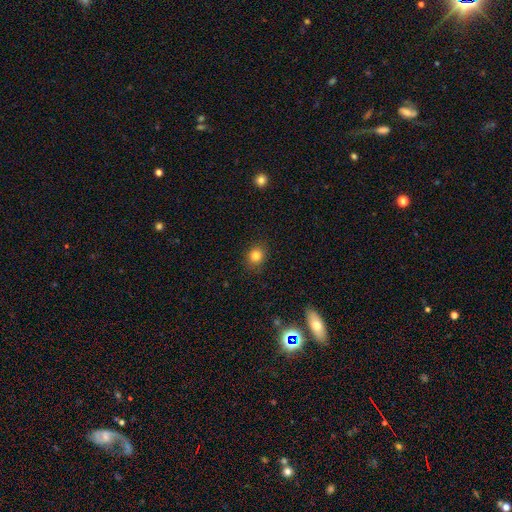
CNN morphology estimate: The model was most divided on "how rounded": round: 74%, in between: 25%, cigar-shaped: 1%. More confident: merging — none (87%); smooth or featured — smooth (82%).